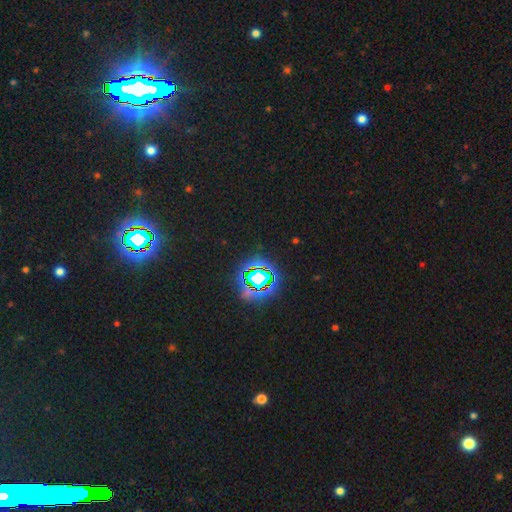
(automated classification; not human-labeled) star or artifact 83%, smooth 10%, featured or disk 7%.